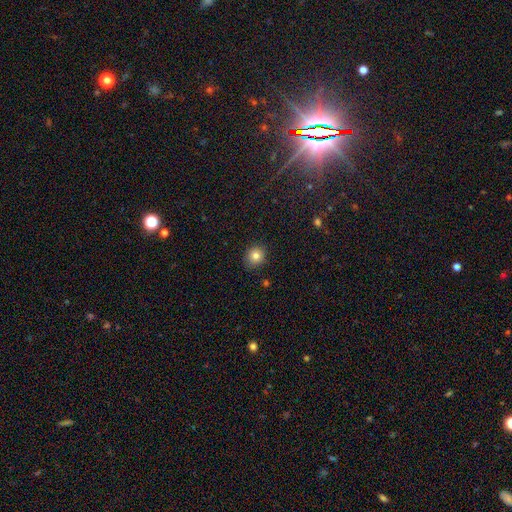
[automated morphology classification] A smooth galaxy with no disk features (81%) that is round (83%). Merging: none (87%).